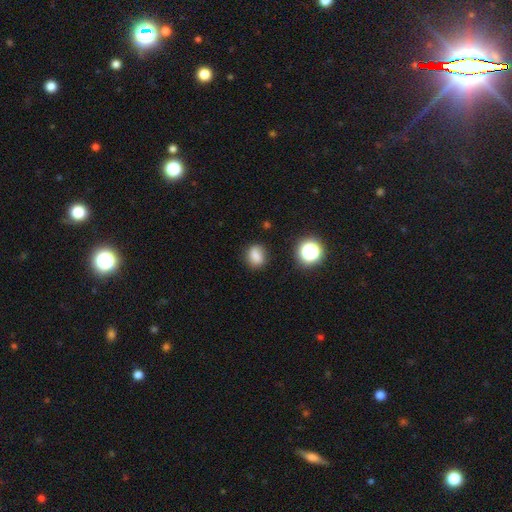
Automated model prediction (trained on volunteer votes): Smooth or featured?
  - smooth: 80% *
  - star or artifact: 13%
  - featured or disk: 7%
How rounded?
  - in between: 50% *
  - round: 48%
  - cigar-shaped: 2%
Merging?
  - none: 79% *
  - minor disturbance: 15%
  - major disturbance: 4%
  - merger: 3%